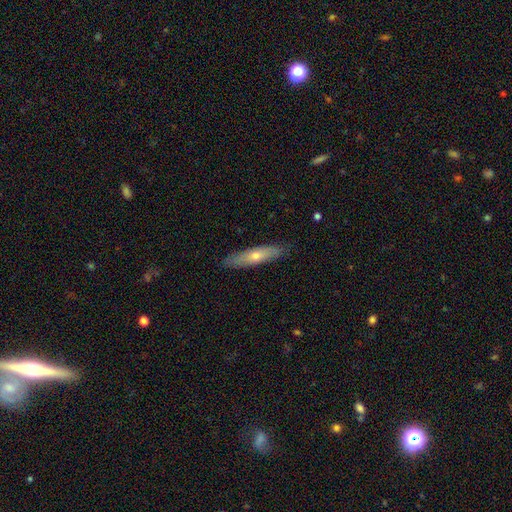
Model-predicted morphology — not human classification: smooth-or-featured: smooth: 51% | featured or disk: 43% | star or artifact: 6%
  how-rounded: cigar-shaped: 76% | in between: 22% | round: 2%
  merging: none: 85% | minor disturbance: 12% | major disturbance: 2% | merger: 1%